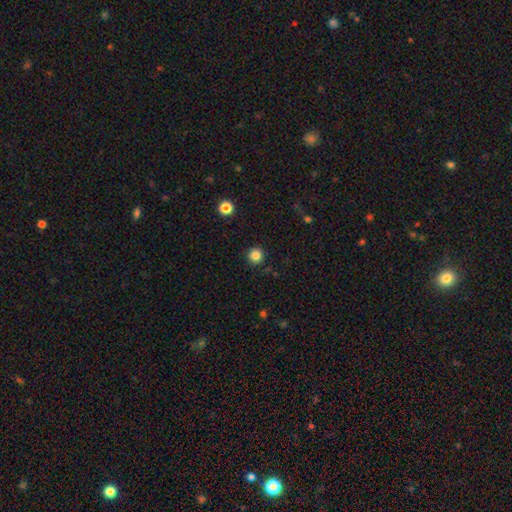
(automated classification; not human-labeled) Smooth or featured? Predicted: smooth (p=0.83). How rounded? Predicted: round (p=0.95). Merging? Predicted: none (p=0.91).